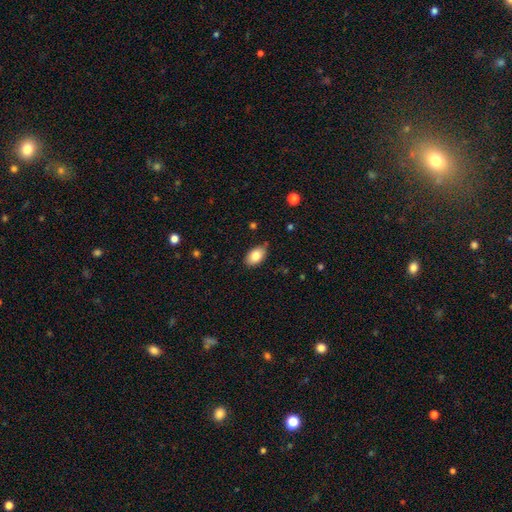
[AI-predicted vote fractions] smooth 82%, featured or disk 10%, star or artifact 7%. Down the decision tree: how rounded — in between (91%); merging — none (80%).